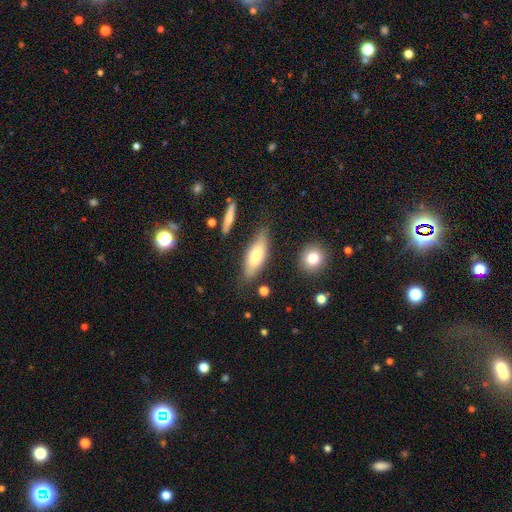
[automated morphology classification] Smooth or featured?
  - smooth: 72% *
  - featured or disk: 22%
  - star or artifact: 7%
How rounded?
  - in between: 71% *
  - cigar-shaped: 26%
  - round: 2%
Merging?
  - none: 75% *
  - minor disturbance: 17%
  - merger: 4%
  - major disturbance: 4%